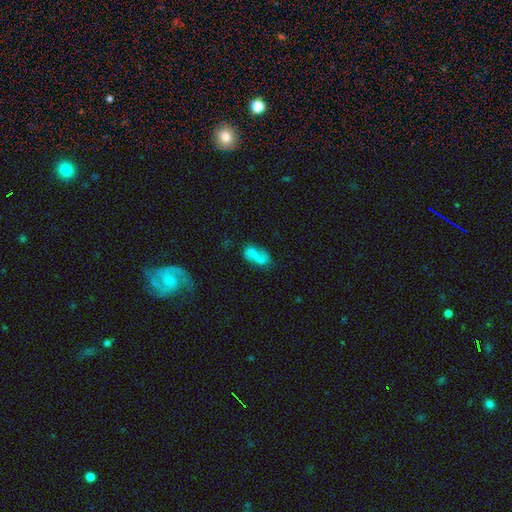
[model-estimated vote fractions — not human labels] Q: Smooth or featured?
A: smooth (46%); runner-up: featured or disk (43%)
Q: Merging?
A: none (58%); runner-up: minor disturbance (23%)